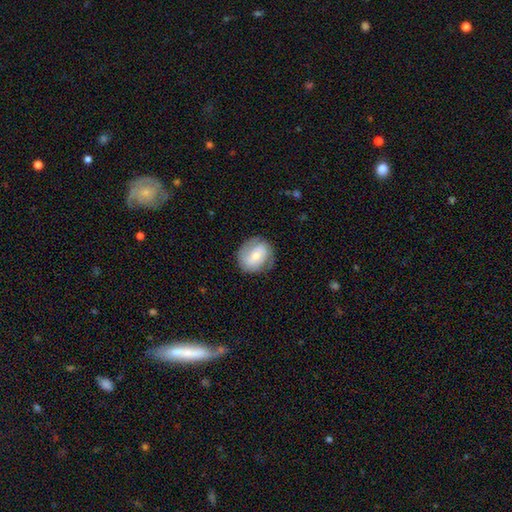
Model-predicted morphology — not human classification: Q: Smooth or featured?
A: featured or disk (48%); runner-up: smooth (45%)
Q: Merging?
A: none (75%); runner-up: minor disturbance (17%)